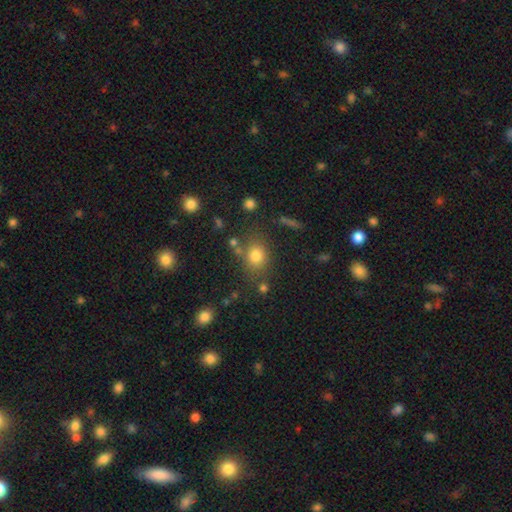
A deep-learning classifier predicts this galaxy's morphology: smooth-or-featured: smooth: 77% | star or artifact: 15% | featured or disk: 9%
  how-rounded: round: 56% | in between: 42% | cigar-shaped: 1%
  merging: none: 72% | minor disturbance: 14% | merger: 9% | major disturbance: 6%